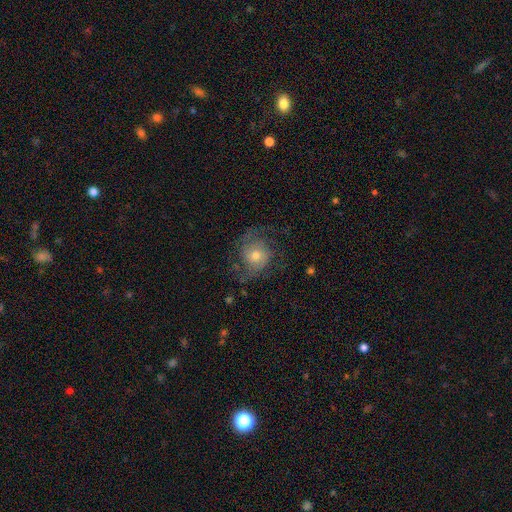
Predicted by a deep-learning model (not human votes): A featured or disk galaxy (69%) with no bar (73%), 2 (68%) medium (48%) spiral arms (91%) and a moderate central bulge (56%).

Vote fractions:
- Smooth or featured? featured or disk: 69% / smooth: 21% / star or artifact: 9%
- Edge-on disk? no: 97% / yes: 3%
- Bar? no: 73% / weak: 23% / strong: 4%
- Spiral arms? yes: 91% / no: 9%
- Spiral winding? medium: 48% / loose: 27% / tight: 26%
- Spiral arm count? 2: 68% / can't tell: 14% / 3: 9% / 1: 4% / 4: 3% / more than 4: 3%
- Bulge size? moderate: 56% / small: 34% / large: 7% / none: 2% / dominant: 1%
- Merging? none: 65% / minor disturbance: 18% / major disturbance: 16% / merger: 1%